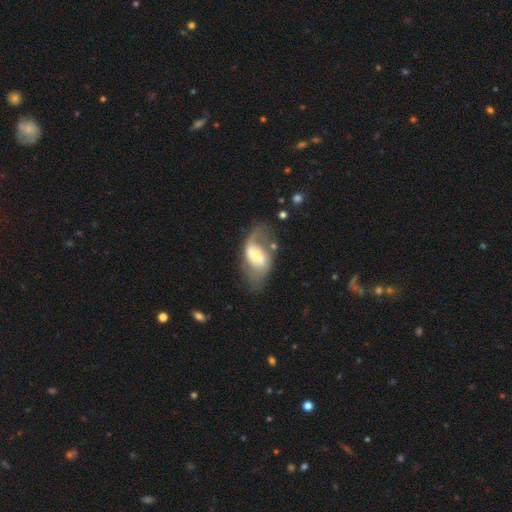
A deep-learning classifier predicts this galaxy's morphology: smooth_or_featured: featured or disk (p=0.75) [alt: smooth p=0.18]
disk_edge_on: no (p=0.96) [alt: yes p=0.04]
bar: weak (p=0.47) [alt: strong p=0.30]
has_spiral_arms: yes (p=0.86) [alt: no p=0.14]
spiral_winding: loose (p=0.54) [alt: medium p=0.35]
spiral_arm_count: 2 (p=0.76) [alt: 1 p=0.13]
bulge_size: moderate (p=0.53) [alt: small p=0.29]
merging: none (p=0.52) [alt: minor disturbance p=0.22]